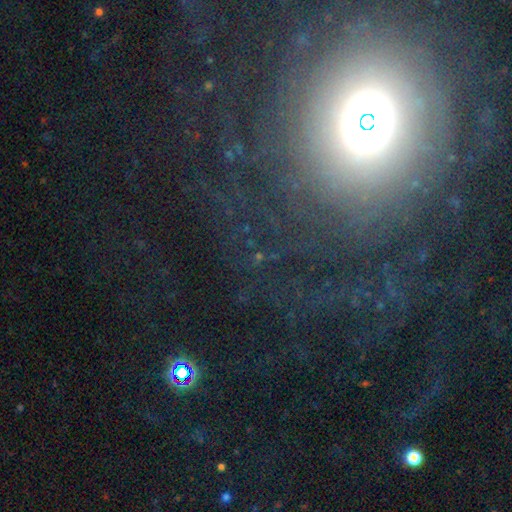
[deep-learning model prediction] Smooth or featured: featured or disk — 40% (star or artifact — 38%)
Merging: none — 70% (major disturbance — 15%)